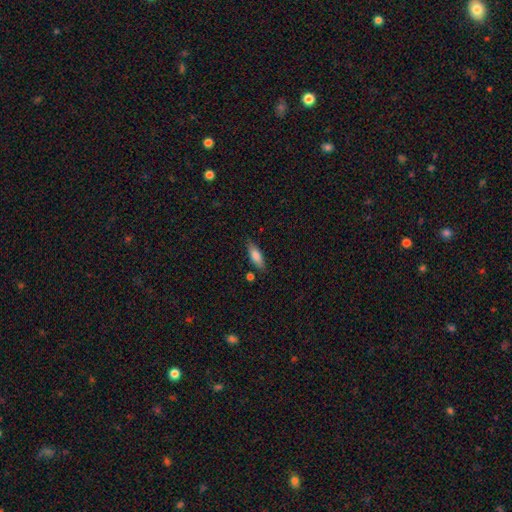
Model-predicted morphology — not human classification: smooth_or_featured: smooth (p=0.77) [alt: featured or disk p=0.17]
how_rounded: in between (p=0.57) [alt: cigar-shaped p=0.41]
merging: none (p=0.80) [alt: minor disturbance p=0.13]